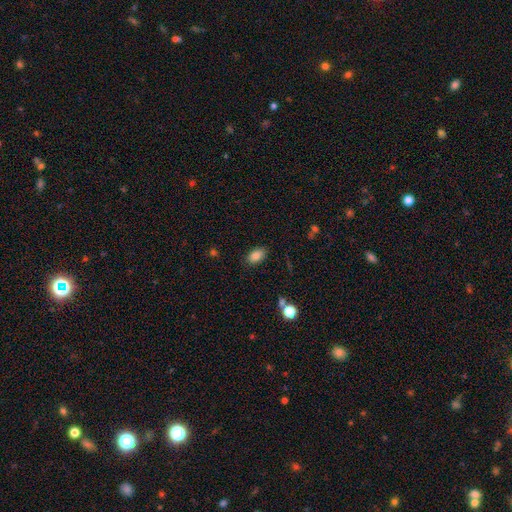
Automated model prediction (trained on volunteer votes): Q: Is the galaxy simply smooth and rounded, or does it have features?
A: smooth — 85%.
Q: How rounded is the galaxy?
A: in between — 90%.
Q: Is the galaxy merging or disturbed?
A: none — 85%.